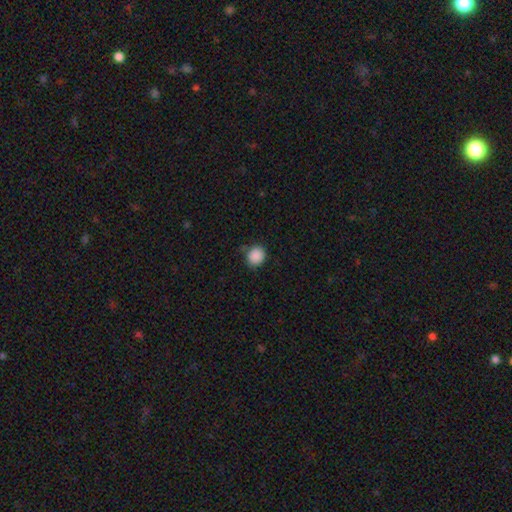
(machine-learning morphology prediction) Smooth or featured? Predicted: smooth (p=0.88). How rounded? Predicted: round (p=0.81). Merging? Predicted: none (p=0.79).